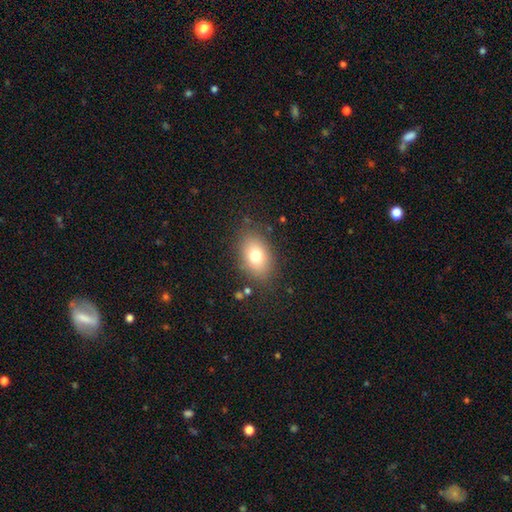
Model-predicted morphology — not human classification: This appears to be a smooth galaxy with no disk features (76%) that is in between round and cigar-shaped (81%). Merging: none (81%).